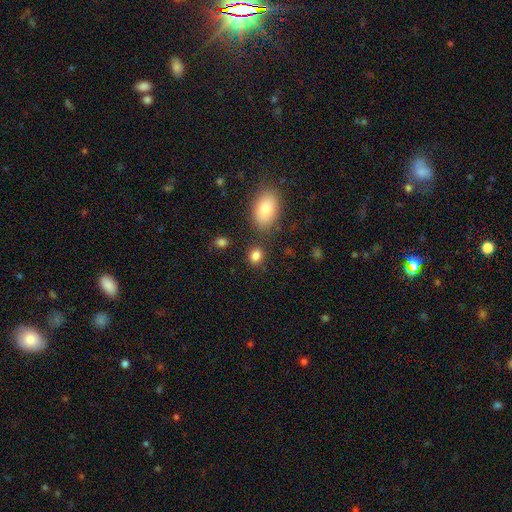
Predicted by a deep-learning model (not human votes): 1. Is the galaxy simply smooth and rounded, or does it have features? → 84% smooth, 11% star or artifact, 5% featured or disk.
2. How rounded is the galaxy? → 61% round, 37% in between, 1% cigar-shaped.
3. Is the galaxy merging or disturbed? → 80% none, 10% minor disturbance, 7% merger, 3% major disturbance.